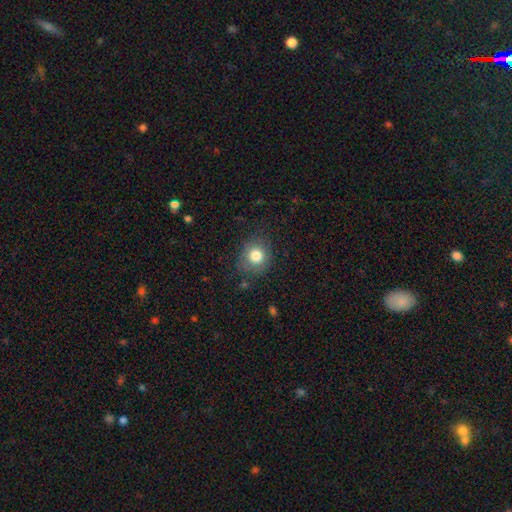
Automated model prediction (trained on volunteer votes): This is clearly a smooth galaxy (81%). How rounded: likely round (79%). Merging: likely none (78%).